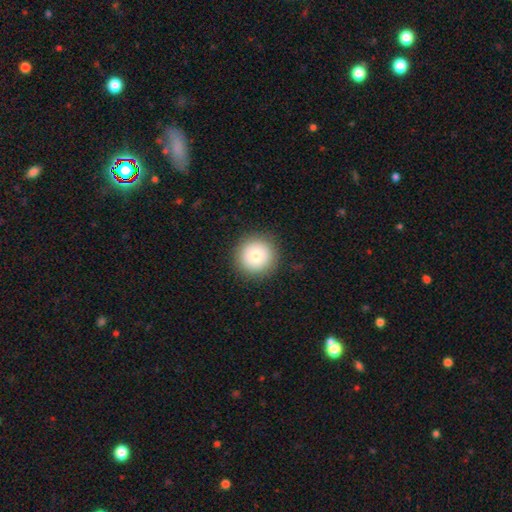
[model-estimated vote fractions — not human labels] smooth-or-featured: smooth: 77% | featured or disk: 14% | star or artifact: 9%
  how-rounded: round: 96% | in between: 3% | cigar-shaped: 1%
  merging: none: 90% | minor disturbance: 6% | major disturbance: 2% | merger: 1%